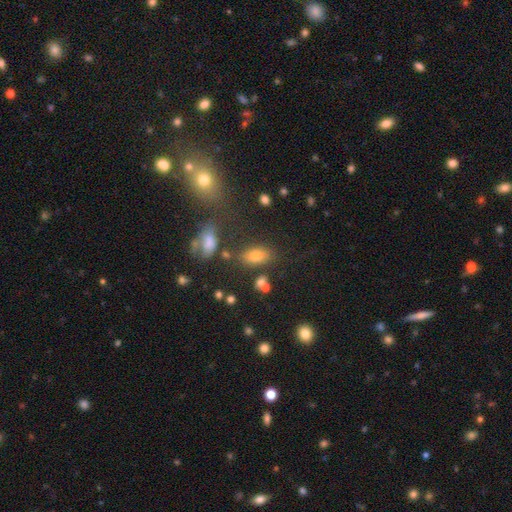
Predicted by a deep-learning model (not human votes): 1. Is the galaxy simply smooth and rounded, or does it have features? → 74% smooth, 14% star or artifact, 12% featured or disk.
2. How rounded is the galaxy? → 85% in between, 8% round, 7% cigar-shaped.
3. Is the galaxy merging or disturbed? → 69% none, 14% minor disturbance, 11% merger, 5% major disturbance.